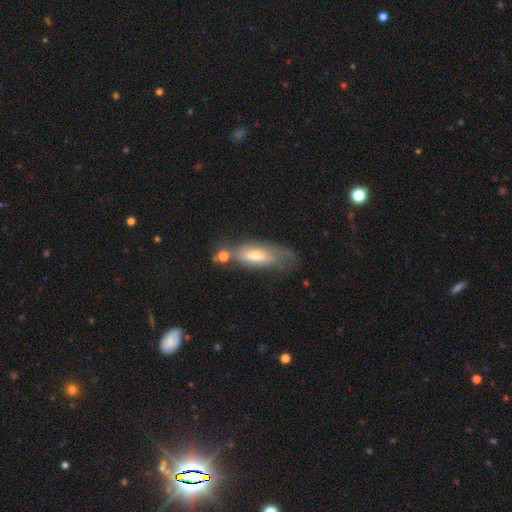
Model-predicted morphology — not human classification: Q: Smooth or featured?
A: smooth (58%); runner-up: featured or disk (35%)
Q: How rounded?
A: in between (63%); runner-up: cigar-shaped (34%)
Q: Merging?
A: none (40%); runner-up: minor disturbance (28%)